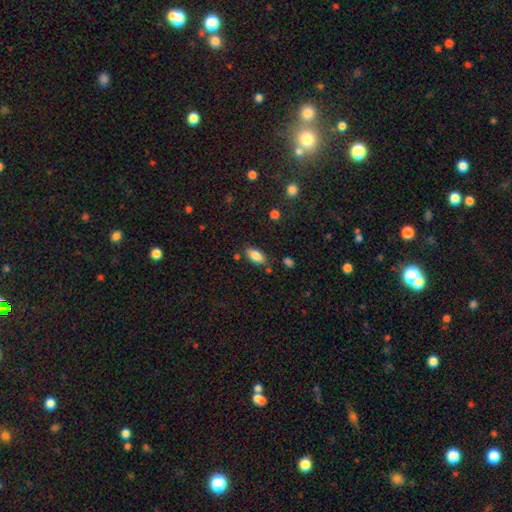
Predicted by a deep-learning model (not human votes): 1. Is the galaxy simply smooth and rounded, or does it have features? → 84% smooth, 9% featured or disk, 8% star or artifact.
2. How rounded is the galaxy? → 91% in between, 7% cigar-shaped, 3% round.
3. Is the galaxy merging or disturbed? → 80% none, 13% minor disturbance, 4% merger, 3% major disturbance.